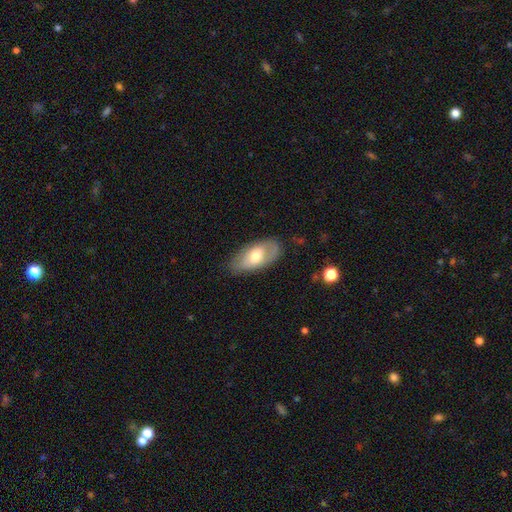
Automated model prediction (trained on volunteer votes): The model was most divided on "smooth or featured": smooth: 54%, featured or disk: 39%, star or artifact: 6%. More confident: how rounded — in between (92%); merging — none (73%).